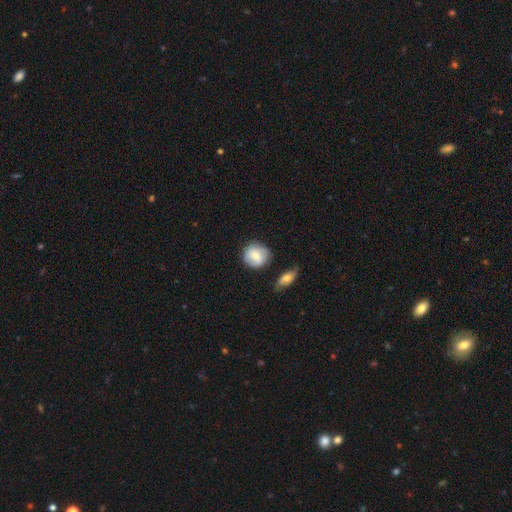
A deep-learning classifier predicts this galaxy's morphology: Smooth or featured?
  - smooth: 70% *
  - featured or disk: 23%
  - star or artifact: 7%
How rounded?
  - round: 87% *
  - in between: 12%
  - cigar-shaped: 1%
Merging?
  - none: 71% *
  - minor disturbance: 18%
  - merger: 7%
  - major disturbance: 4%